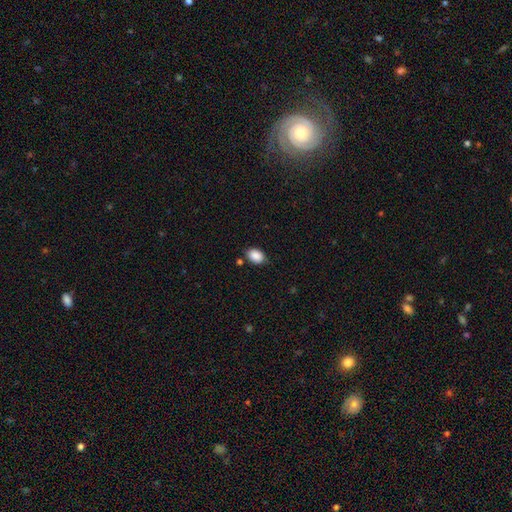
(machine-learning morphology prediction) The model was most divided on "how rounded": in between: 80%, round: 19%, cigar-shaped: 1%. More confident: smooth or featured — smooth (89%); merging — none (78%).